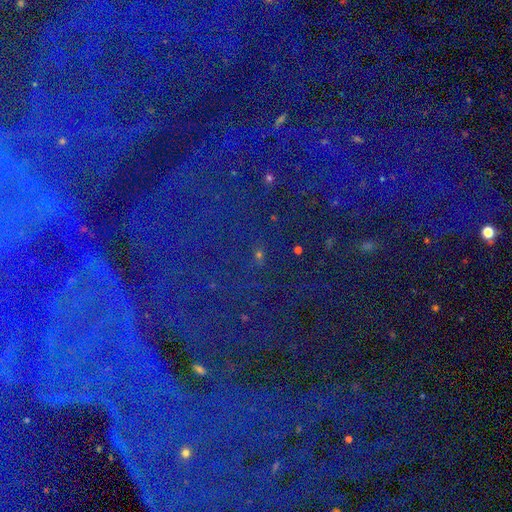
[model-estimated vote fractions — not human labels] A star or artifact, not a galaxy (83%).